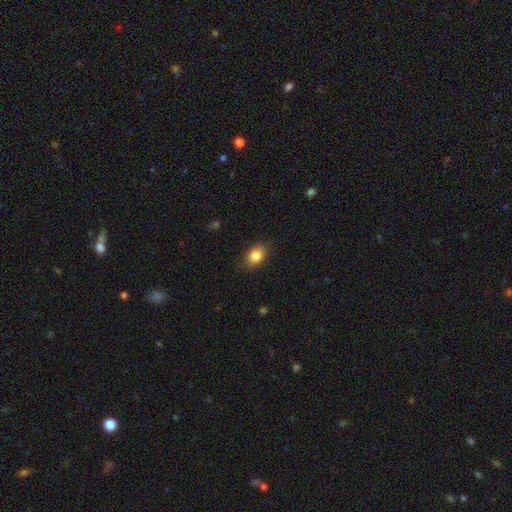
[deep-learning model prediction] A smooth galaxy with no disk features (85%) that is in between round and cigar-shaped (77%). Merging: none (85%).